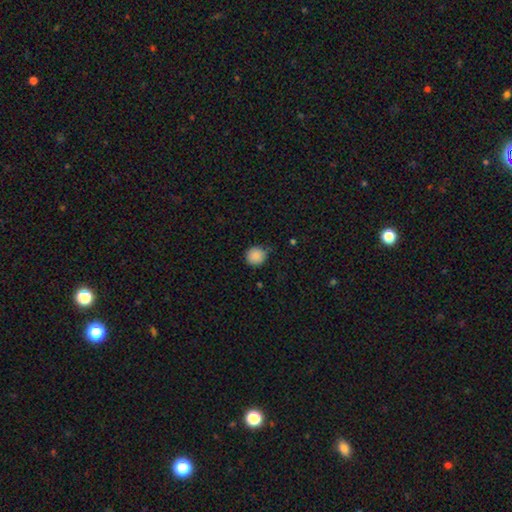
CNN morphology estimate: Smooth or featured?
  - smooth: 87% *
  - star or artifact: 9%
  - featured or disk: 4%
How rounded?
  - round: 90% *
  - in between: 9%
  - cigar-shaped: 1%
Merging?
  - none: 80% *
  - minor disturbance: 16%
  - major disturbance: 3%
  - merger: 1%